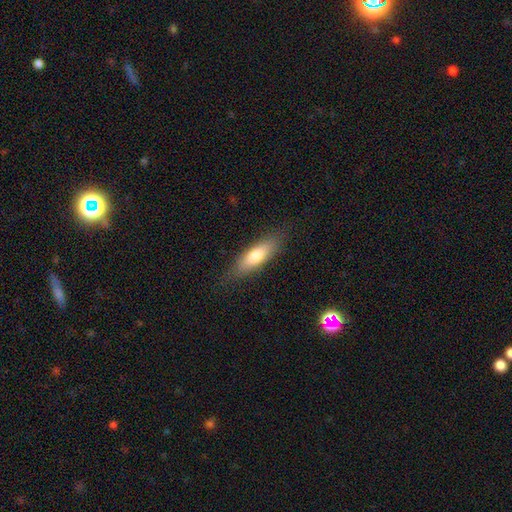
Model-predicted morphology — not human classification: Smooth or featured? smooth (74%)
How rounded? in between (54%)
Merging? none (81%)